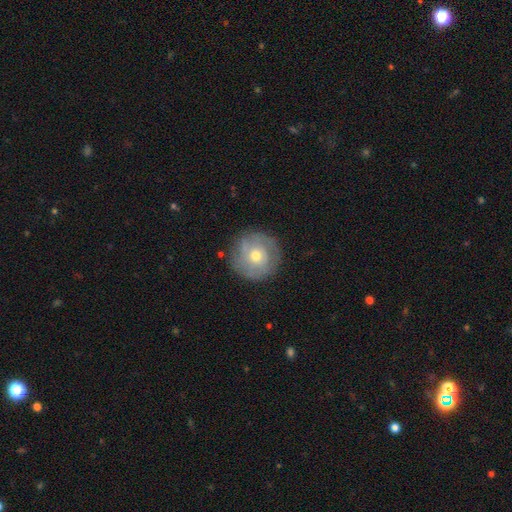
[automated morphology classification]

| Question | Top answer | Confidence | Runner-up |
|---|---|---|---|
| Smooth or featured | featured or disk | 50% | smooth (42%) |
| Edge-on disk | no | 96% | yes (4%) |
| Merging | none | 83% | minor disturbance (12%) |